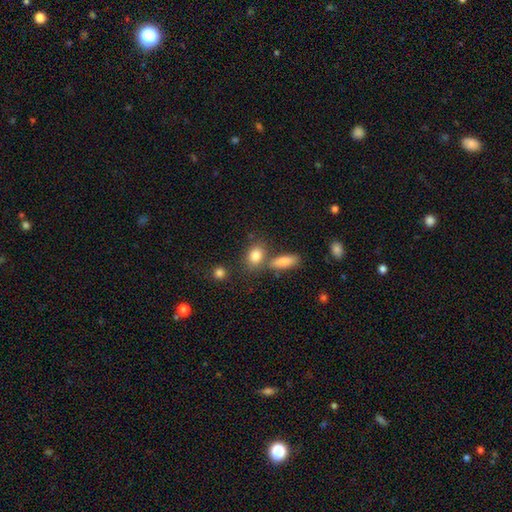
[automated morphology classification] This is clearly a smooth galaxy (83%). How rounded: likely in between (61%). Merging: likely none (61%).